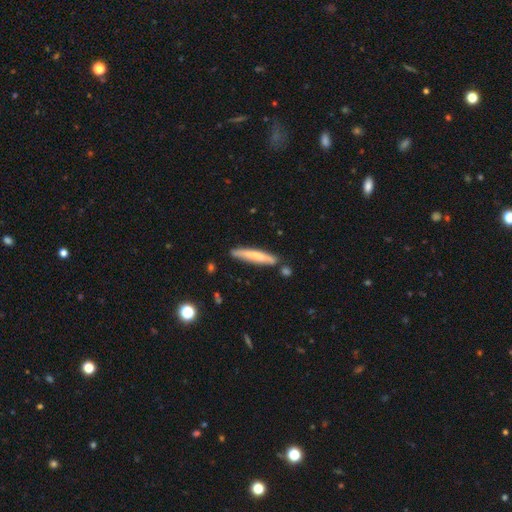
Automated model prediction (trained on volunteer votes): smooth 60%, featured or disk 34%, star or artifact 6%. Down the decision tree: how rounded — cigar-shaped (93%); merging — none (79%).